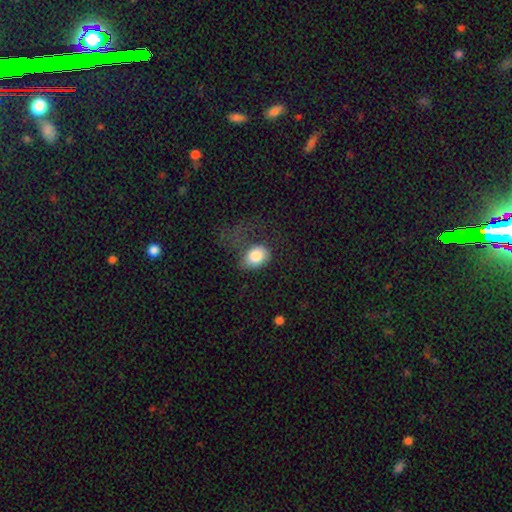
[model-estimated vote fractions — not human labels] Overall: smooth (81%). How rounded: in between (63%; round 36%). Merging: major disturbance (38%; none 35%).